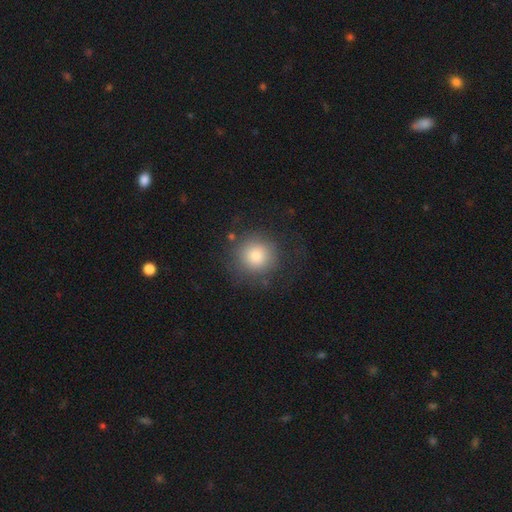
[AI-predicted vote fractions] smooth-or-featured: smooth: 79% | featured or disk: 12% | star or artifact: 10%
  how-rounded: round: 93% | in between: 6% | cigar-shaped: 1%
  merging: none: 74% | minor disturbance: 15% | major disturbance: 9% | merger: 2%